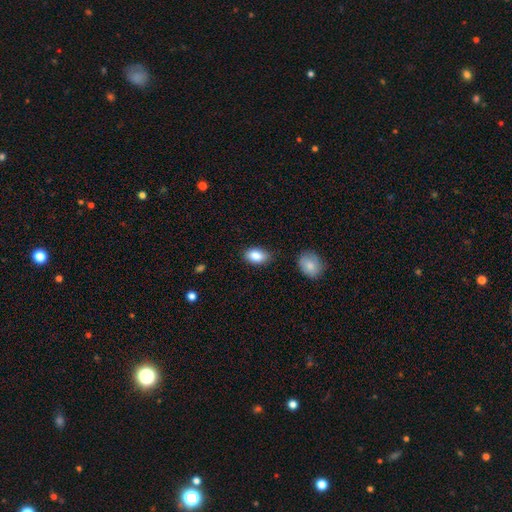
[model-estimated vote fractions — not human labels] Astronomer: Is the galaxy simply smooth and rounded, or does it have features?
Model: smooth — 87%.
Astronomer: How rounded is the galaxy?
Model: in between — 89%.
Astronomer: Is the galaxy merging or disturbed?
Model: none — 78%.